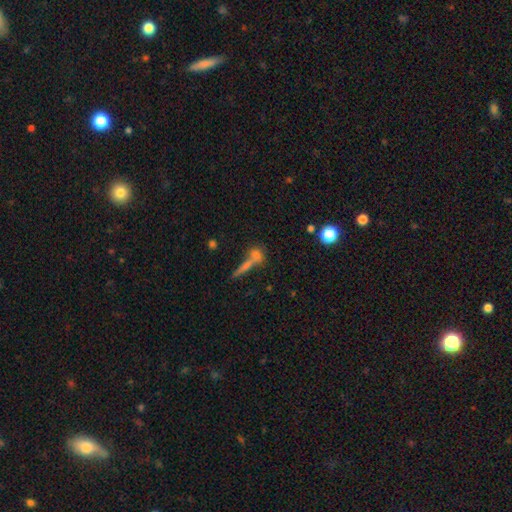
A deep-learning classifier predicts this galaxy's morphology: This is possibly a smooth galaxy (59%). How rounded: possibly cigar-shaped (51%). Merging: marginally none (44%).